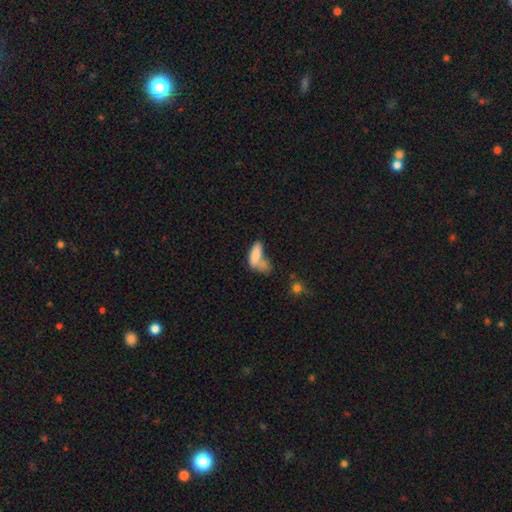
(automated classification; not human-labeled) Smooth or featured: smooth — 78% (featured or disk — 14%)
How rounded: in between — 74% (cigar-shaped — 22%)
Merging: merger — 48% (none — 27%)